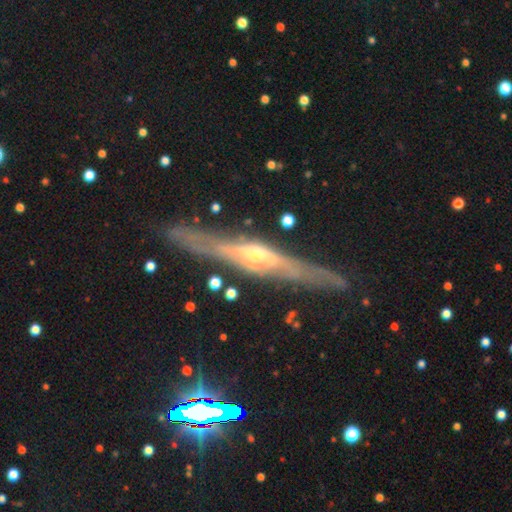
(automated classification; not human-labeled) Smooth or featured: featured or disk — 83% (smooth — 11%)
Edge-on disk: yes — 89% (no — 11%)
Edge-on bulge: rounded — 72% (none — 17%)
Merging: none — 81% (minor disturbance — 13%)